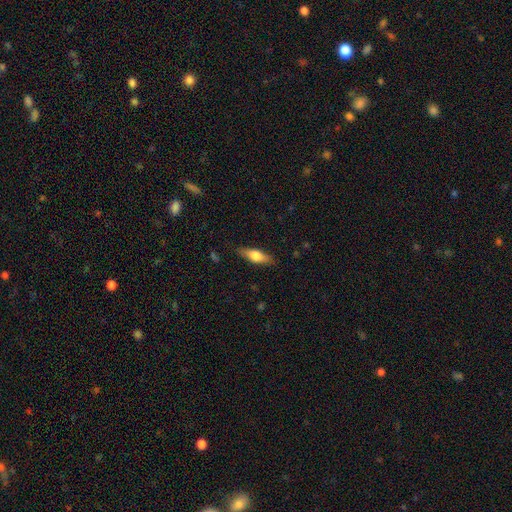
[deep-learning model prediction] Smooth or featured? smooth (57%)
How rounded? in between (52%)
Merging? none (86%)